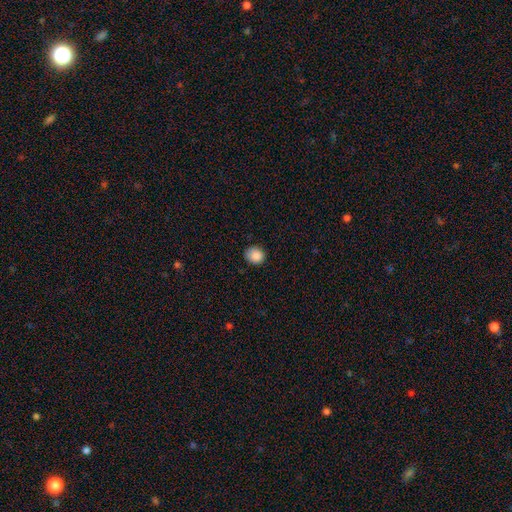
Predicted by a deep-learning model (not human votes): A smooth galaxy with no disk features (86%) that is round (78%). Merging: none (80%).